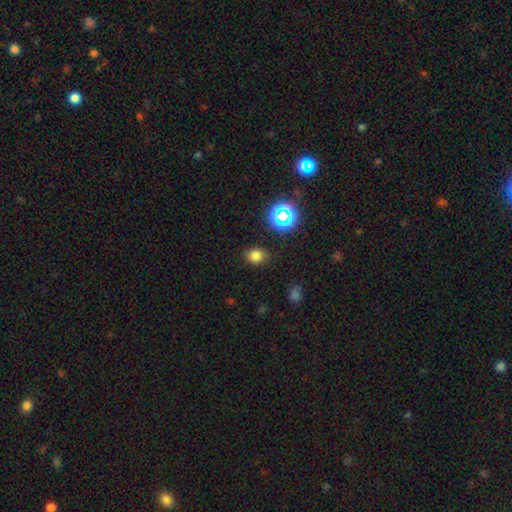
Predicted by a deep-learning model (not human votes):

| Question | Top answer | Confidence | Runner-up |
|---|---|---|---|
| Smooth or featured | smooth | 76% | star or artifact (18%) |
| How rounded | round | 55% | in between (44%) |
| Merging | none | 84% | minor disturbance (11%) |